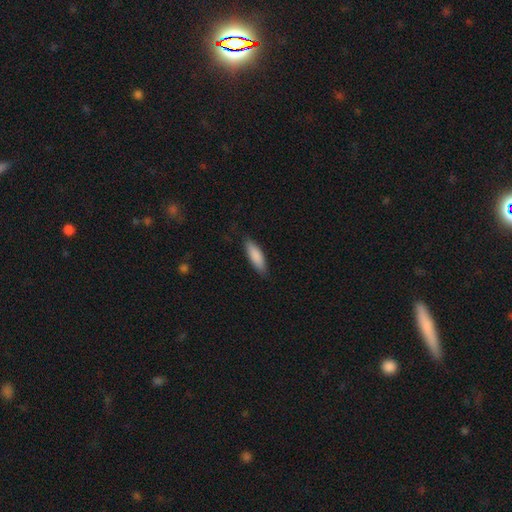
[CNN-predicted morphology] smooth-or-featured: smooth: 86% | featured or disk: 8% | star or artifact: 6%
  how-rounded: in between: 51% | cigar-shaped: 48% | round: 1%
  merging: none: 83% | minor disturbance: 13% | major disturbance: 2% | merger: 1%